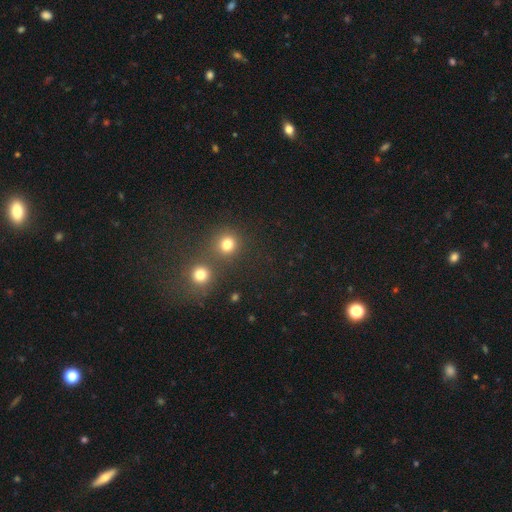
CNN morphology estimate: The model was most divided on "smooth or featured": smooth: 51%, star or artifact: 40%, featured or disk: 9%. More confident: how rounded — round (87%); merging — none (50%).